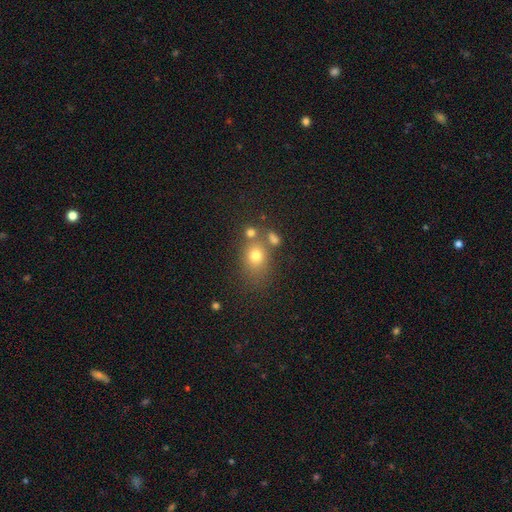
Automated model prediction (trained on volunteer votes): The model was most divided on "how rounded": round: 50%, in between: 48%, cigar-shaped: 1%. More confident: smooth or featured — smooth (71%); merging — none (58%).